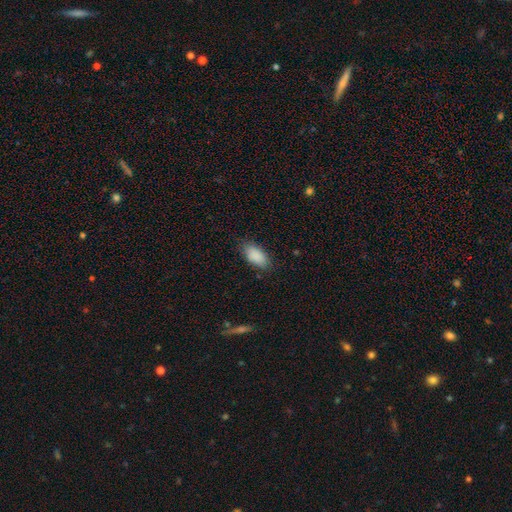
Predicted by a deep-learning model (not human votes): Smooth or featured? Predicted: smooth (p=0.89). How rounded? Predicted: in between (p=0.91). Merging? Predicted: none (p=0.79).